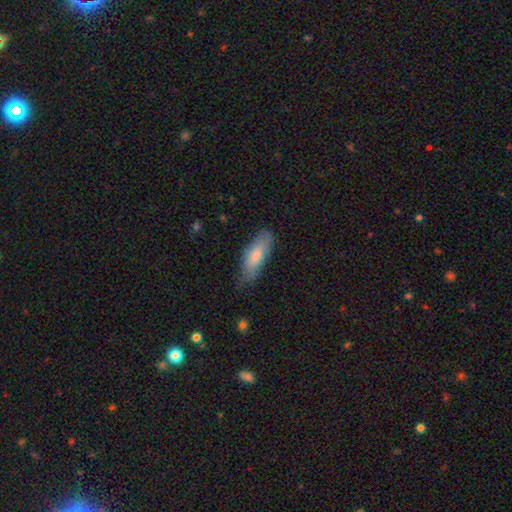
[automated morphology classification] This appears to be a smooth galaxy with no disk features (75%) that is in between round and cigar-shaped (67%). Merging: none (68%).